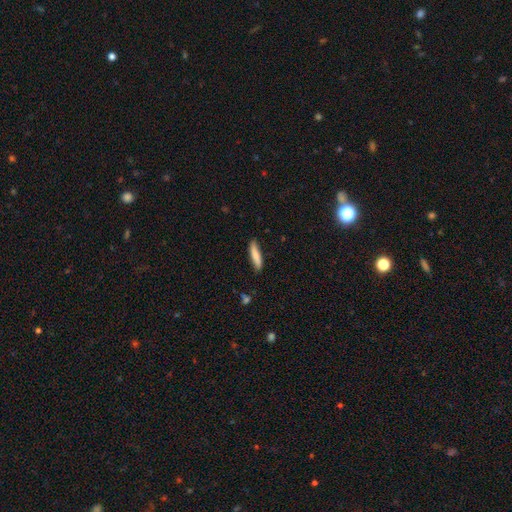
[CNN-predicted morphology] This appears to be a smooth galaxy with no disk features (80%) that is cigar-shaped (81%). Merging: none (82%).